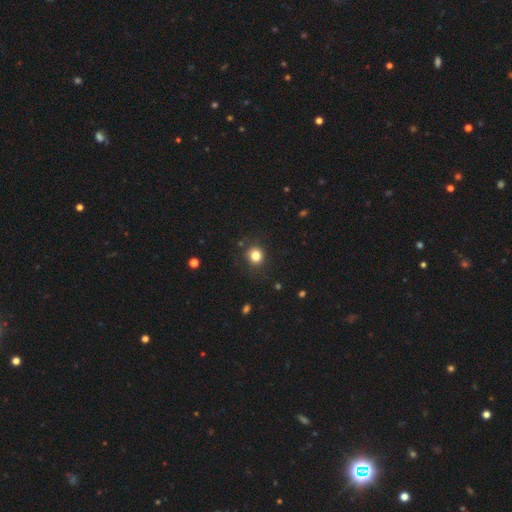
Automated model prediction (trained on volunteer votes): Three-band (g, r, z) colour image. It shows a smooth galaxy with no disk features (82%) that is round (85%). Merging: none (87%).